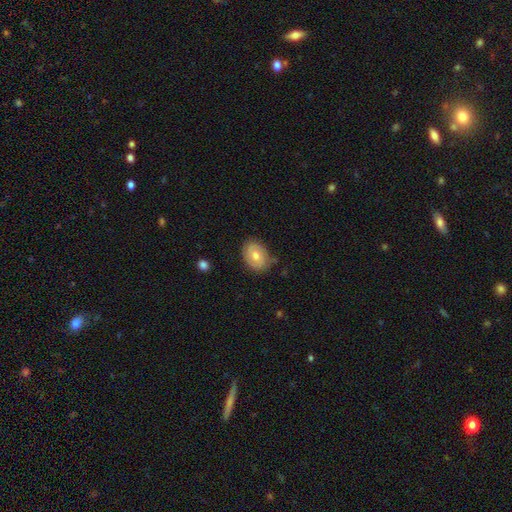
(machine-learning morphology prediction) Overall: smooth (56%; featured or disk 36%). How rounded: in between (65%; round 34%). Merging: none (75%).